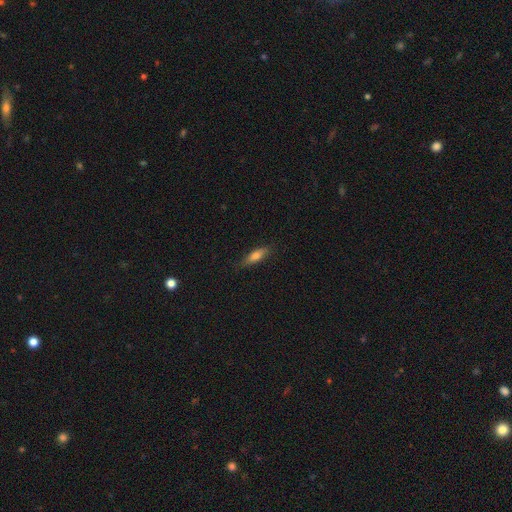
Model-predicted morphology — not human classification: This is likely a smooth galaxy (66%). How rounded: possibly cigar-shaped (57%). Merging: clearly none (82%).